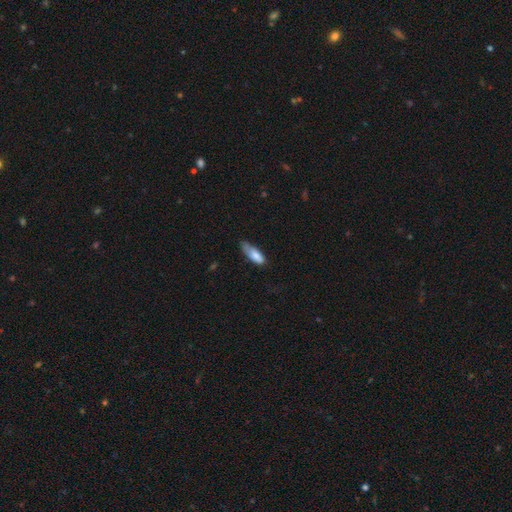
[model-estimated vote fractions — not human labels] A smooth galaxy with no disk features (78%) that is in between round and cigar-shaped (61%). Merging: minor disturbance (42%).